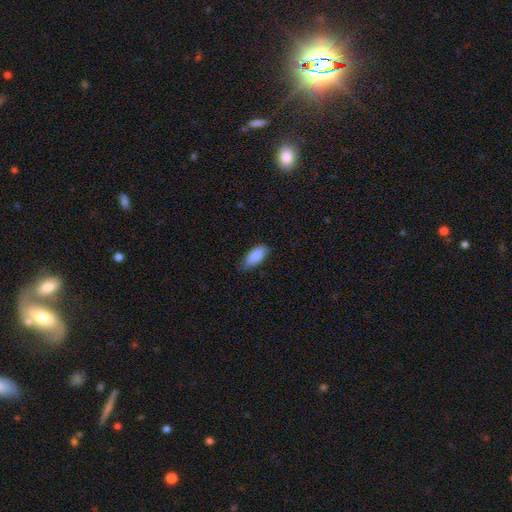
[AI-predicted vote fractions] Smooth or featured?
  - smooth: 88% *
  - star or artifact: 6%
  - featured or disk: 5%
How rounded?
  - in between: 83% *
  - cigar-shaped: 15%
  - round: 2%
Merging?
  - none: 72% *
  - minor disturbance: 24%
  - major disturbance: 3%
  - merger: 1%